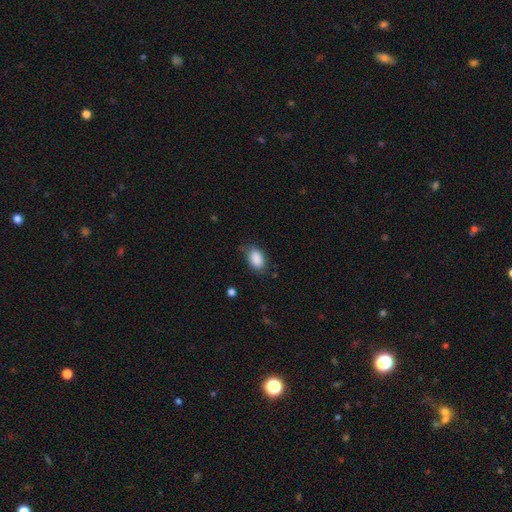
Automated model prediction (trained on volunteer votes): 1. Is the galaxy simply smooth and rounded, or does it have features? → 88% smooth, 7% star or artifact, 5% featured or disk.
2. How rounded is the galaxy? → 90% in between, 8% round, 2% cigar-shaped.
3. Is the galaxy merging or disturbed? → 72% none, 22% minor disturbance, 5% major disturbance, 2% merger.